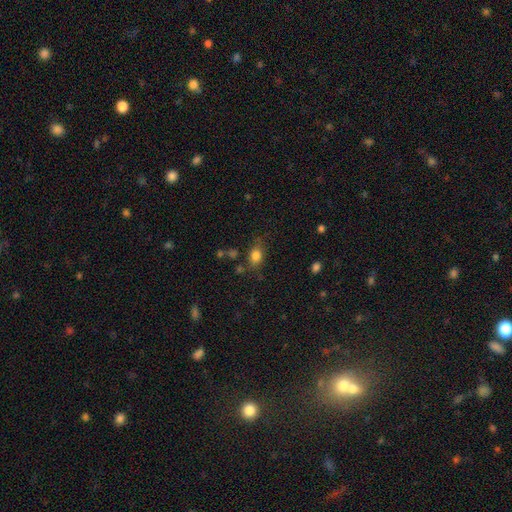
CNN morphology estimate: Smooth or featured?
  - smooth: 81% *
  - star or artifact: 11%
  - featured or disk: 8%
How rounded?
  - in between: 67% *
  - round: 30%
  - cigar-shaped: 2%
Merging?
  - none: 72% *
  - minor disturbance: 18%
  - major disturbance: 6%
  - merger: 4%